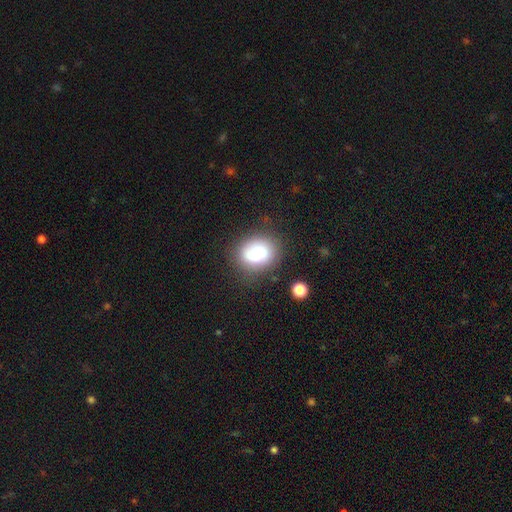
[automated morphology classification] Smooth or featured: smooth — 59% (featured or disk — 31%)
How rounded: round — 56% (in between — 43%)
Merging: none — 68% (minor disturbance — 19%)